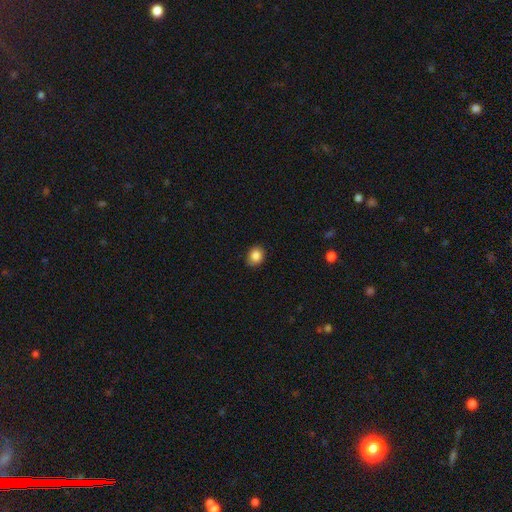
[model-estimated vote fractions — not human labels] smooth 86%, star or artifact 9%, featured or disk 5%. Down the decision tree: how rounded — round (57%); merging — none (85%).